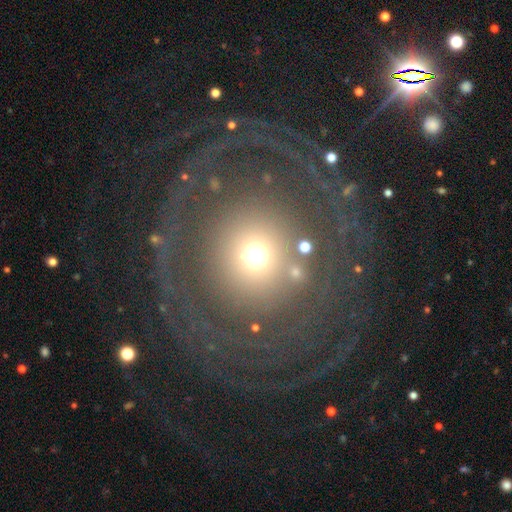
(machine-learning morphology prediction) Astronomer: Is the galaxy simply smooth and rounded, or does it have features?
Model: smooth — 60%.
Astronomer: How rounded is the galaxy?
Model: round — 90%.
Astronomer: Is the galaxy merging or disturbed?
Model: none — 67%.